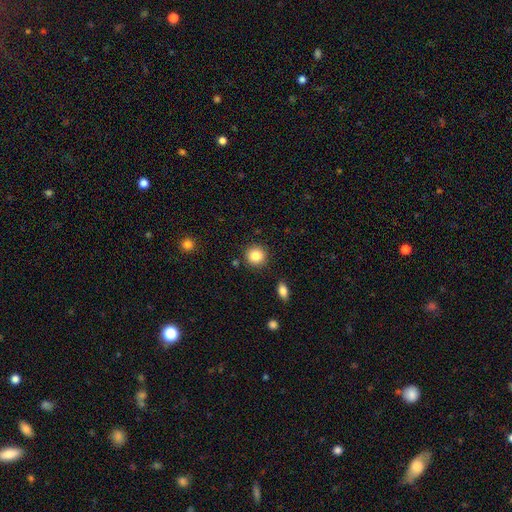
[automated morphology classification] Smooth or featured? Predicted: smooth (p=0.85). How rounded? Predicted: round (p=0.91). Merging? Predicted: none (p=0.88).